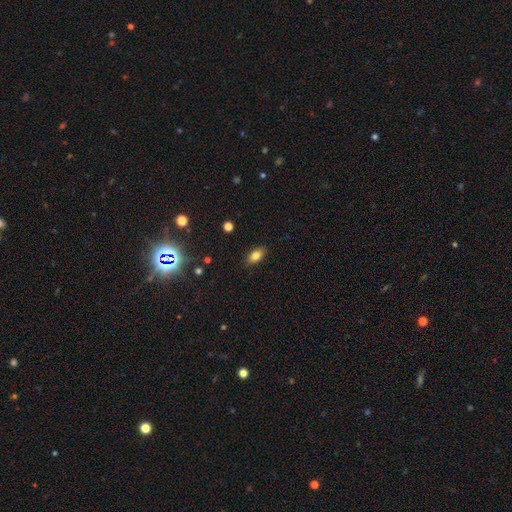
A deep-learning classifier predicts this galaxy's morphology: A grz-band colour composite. It shows a smooth galaxy with no disk features (80%) that is in between round and cigar-shaped (88%). Merging: none (87%).